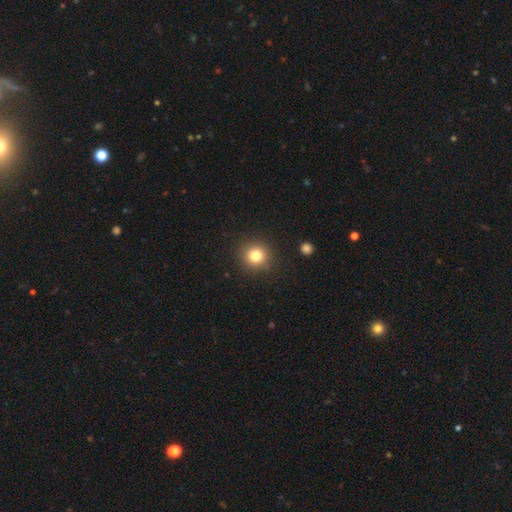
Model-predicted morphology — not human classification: Smooth or featured: smooth — 81% (star or artifact — 12%)
How rounded: round — 92% (in between — 7%)
Merging: none — 90% (minor disturbance — 6%)